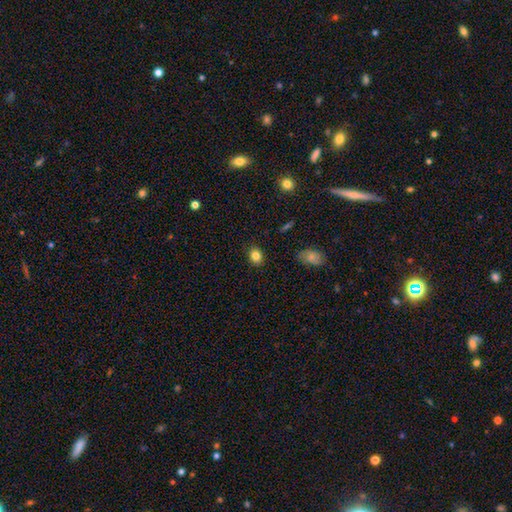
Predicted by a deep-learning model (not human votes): Smooth or featured? smooth (83%)
How rounded? in between (49%, tied with round)
Merging? none (87%)